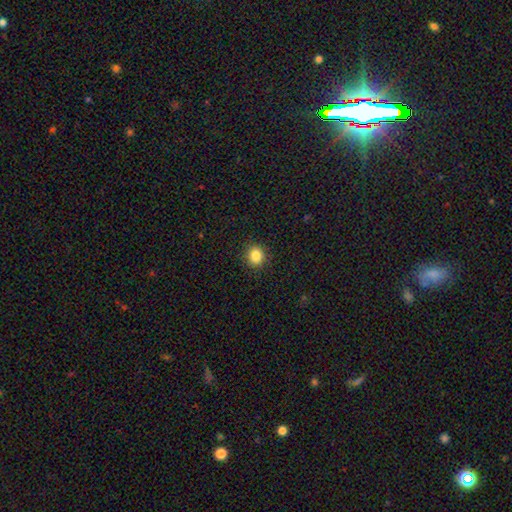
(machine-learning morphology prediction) Smooth or featured: smooth — 86% (star or artifact — 10%)
How rounded: round — 82% (in between — 17%)
Merging: none — 90% (minor disturbance — 7%)